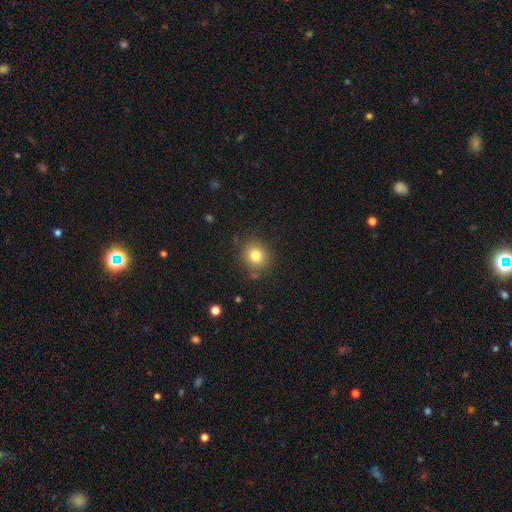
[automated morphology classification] smooth 80%, star or artifact 12%, featured or disk 8%. Down the decision tree: how rounded — round (82%); merging — none (83%).